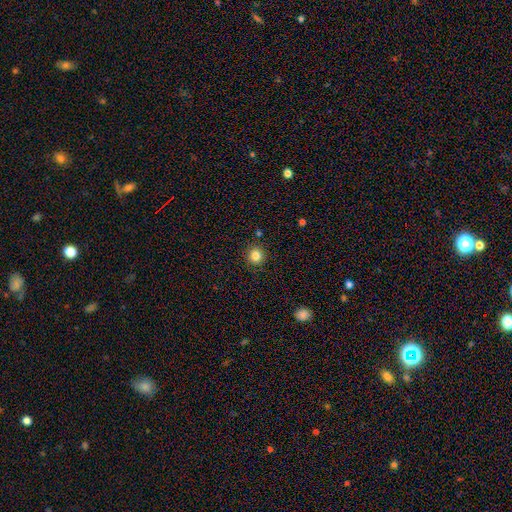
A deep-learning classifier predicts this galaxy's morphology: A smooth galaxy with no disk features (83%) that is round (91%). Merging: none (90%).